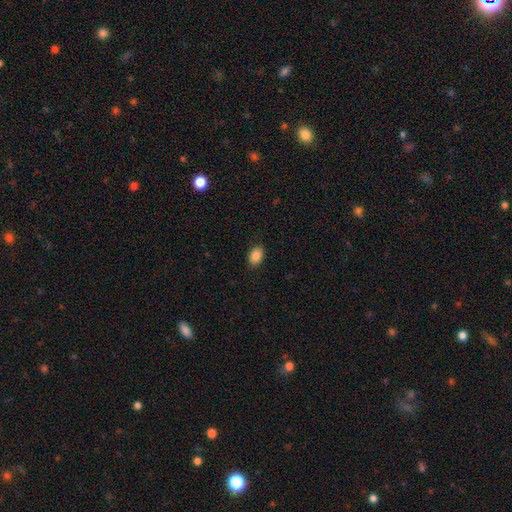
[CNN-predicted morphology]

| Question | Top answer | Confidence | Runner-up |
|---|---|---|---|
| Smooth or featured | smooth | 88% | star or artifact (8%) |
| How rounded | in between | 81% | round (18%) |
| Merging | none | 89% | minor disturbance (8%) |